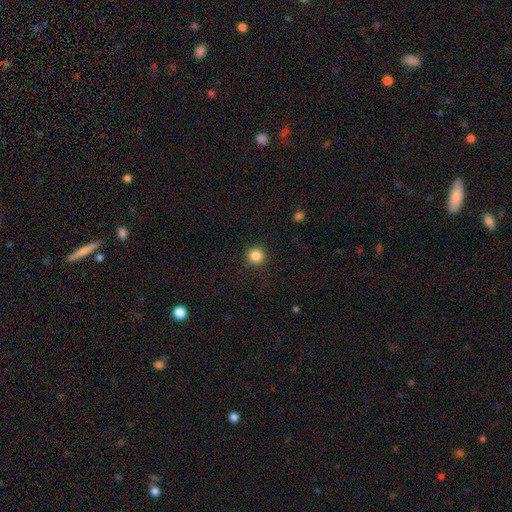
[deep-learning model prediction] This is clearly a smooth galaxy (85%). How rounded: clearly round (94%). Merging: clearly none (90%).